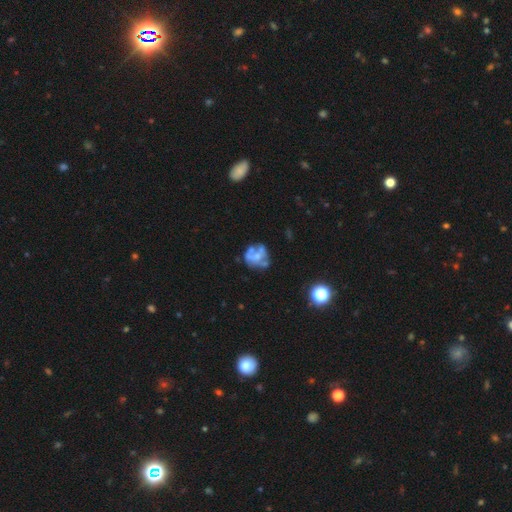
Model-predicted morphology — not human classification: Smooth or featured: featured or disk — 59% (smooth — 29%)
Edge-on disk: no — 98% (yes — 2%)
Bar: no — 86% (weak — 11%)
Spiral arms: no — 83% (yes — 17%)
Bulge size: none — 36% (moderate — 31%)
Merging: none — 40% (minor disturbance — 21%)